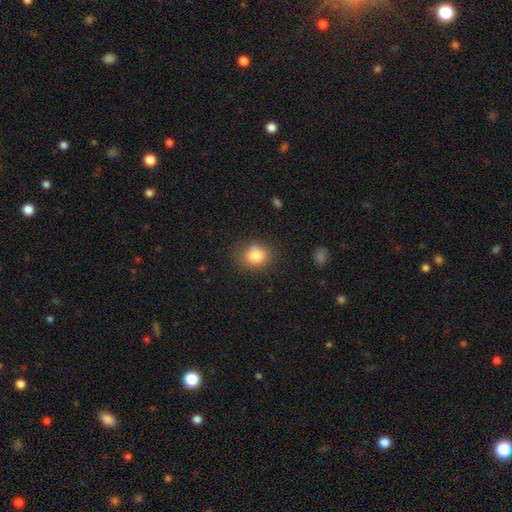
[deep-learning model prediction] Morphology: type=smooth (82%); roundness=round (71%); merging=none (76%).